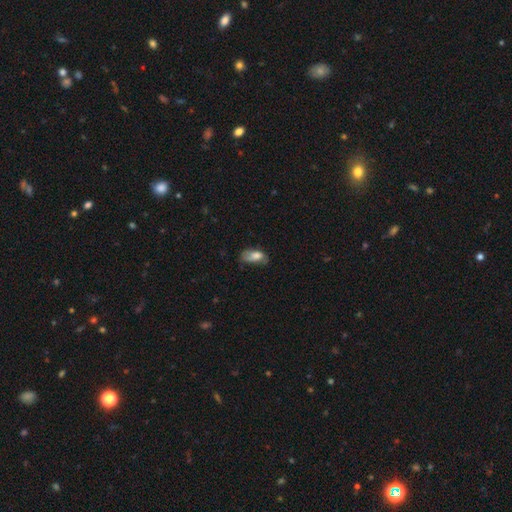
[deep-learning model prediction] Smooth or featured? Predicted: smooth (p=0.73). How rounded? Predicted: in between (p=0.89). Merging? Predicted: none (p=0.38).